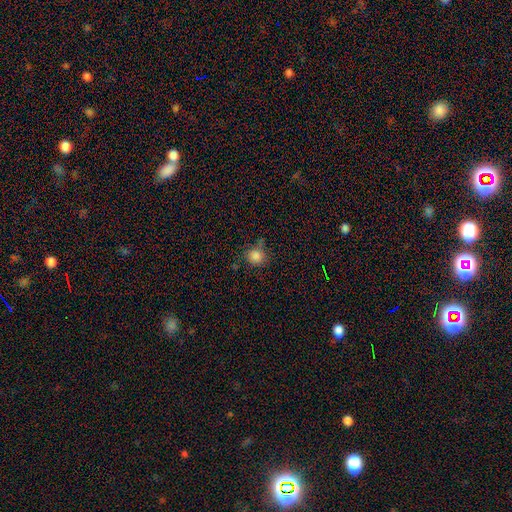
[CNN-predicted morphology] Smooth or featured? Predicted: smooth (p=0.83). How rounded? Predicted: round (p=0.85). Merging? Predicted: none (p=0.70).